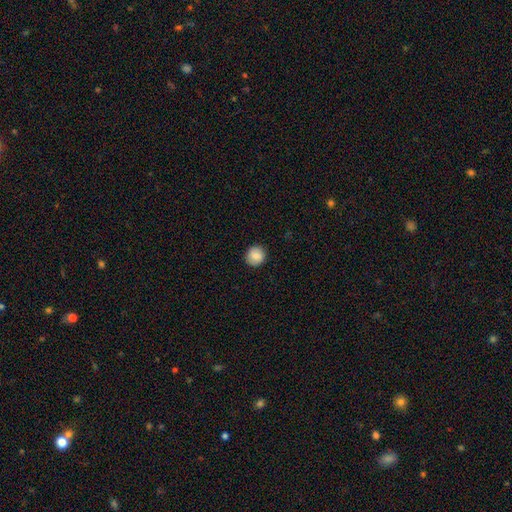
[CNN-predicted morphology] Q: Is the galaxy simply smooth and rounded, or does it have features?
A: smooth — 85%.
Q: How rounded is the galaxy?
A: round — 91%.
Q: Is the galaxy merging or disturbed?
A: none — 91%.